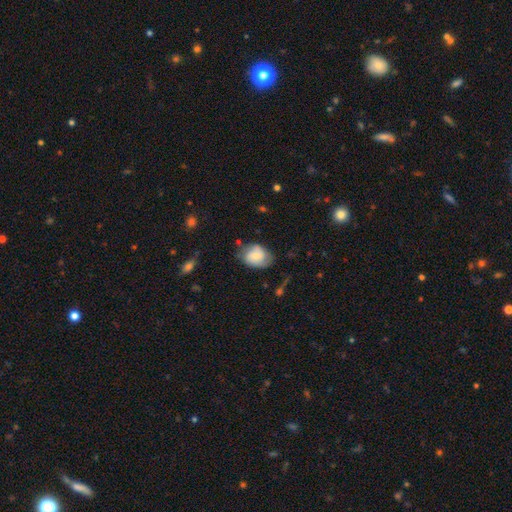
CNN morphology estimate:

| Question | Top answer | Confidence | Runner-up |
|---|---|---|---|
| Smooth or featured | smooth | 56% | featured or disk (36%) |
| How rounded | in between | 63% | round (36%) |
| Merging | none | 58% | minor disturbance (29%) |